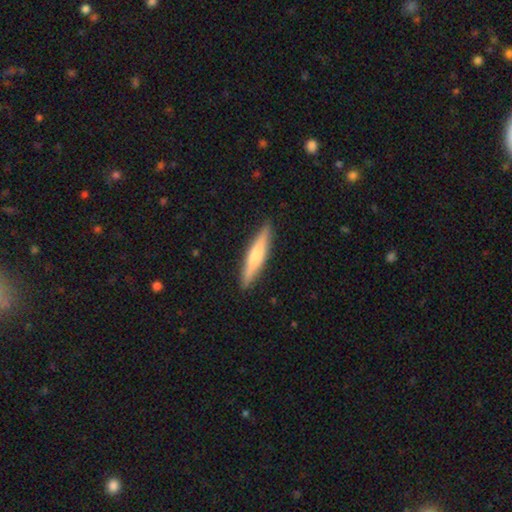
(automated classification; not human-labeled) Smooth or featured: smooth — 55% (featured or disk — 40%)
How rounded: cigar-shaped — 90% (in between — 9%)
Merging: none — 89% (minor disturbance — 8%)